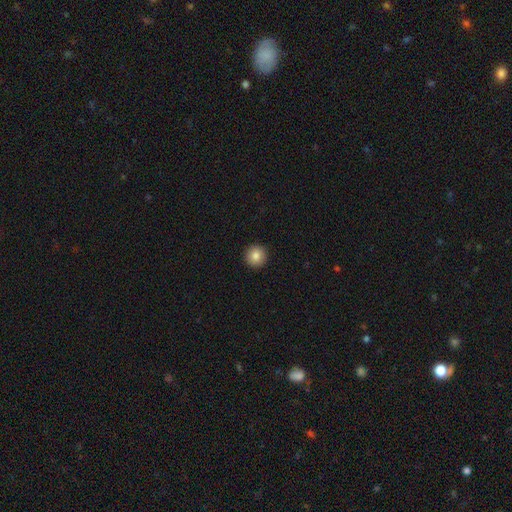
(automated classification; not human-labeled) The model was most divided on "smooth or featured": smooth: 85%, star or artifact: 9%, featured or disk: 6%. More confident: how rounded — round (96%); merging — none (94%).